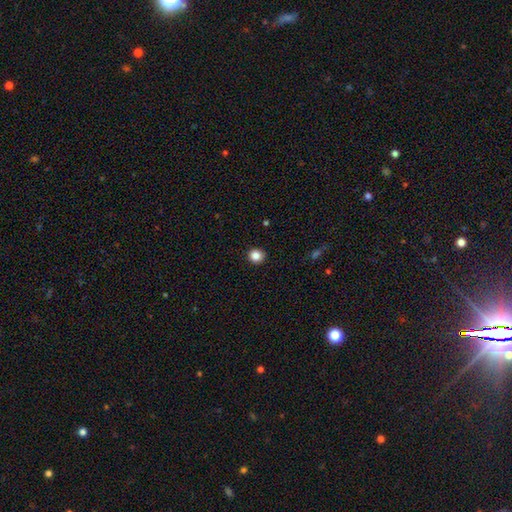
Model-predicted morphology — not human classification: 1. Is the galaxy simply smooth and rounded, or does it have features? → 85% smooth, 11% star or artifact, 4% featured or disk.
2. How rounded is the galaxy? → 90% round, 9% in between, 1% cigar-shaped.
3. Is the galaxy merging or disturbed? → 92% none, 5% minor disturbance, 2% major disturbance, 1% merger.